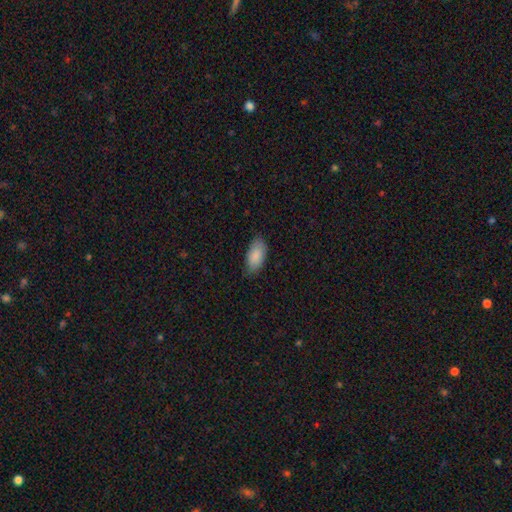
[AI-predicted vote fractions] smooth-or-featured: smooth: 88% | star or artifact: 6% | featured or disk: 6%
  how-rounded: in between: 94% | cigar-shaped: 4% | round: 3%
  merging: none: 78% | minor disturbance: 18% | major disturbance: 3% | merger: 1%